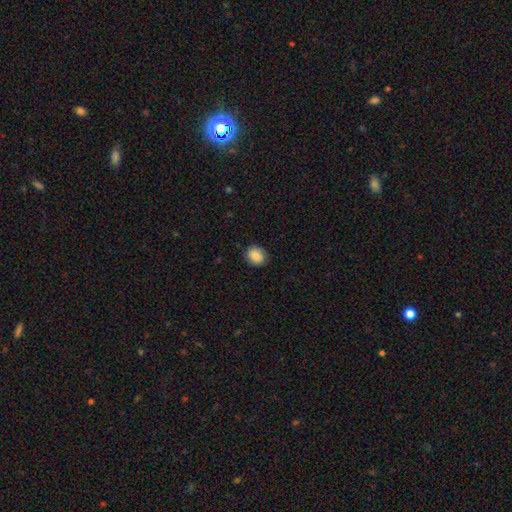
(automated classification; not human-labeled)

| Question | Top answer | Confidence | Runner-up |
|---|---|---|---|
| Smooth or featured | smooth | 84% | featured or disk (9%) |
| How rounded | round | 65% | in between (34%) |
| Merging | none | 85% | minor disturbance (11%) |